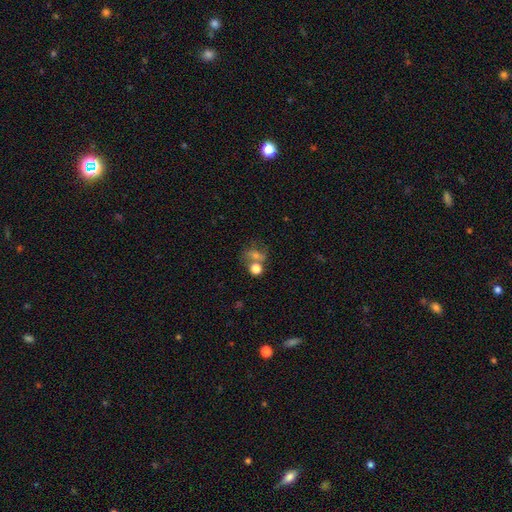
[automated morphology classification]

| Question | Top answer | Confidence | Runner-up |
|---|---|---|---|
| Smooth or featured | smooth | 49% | featured or disk (27%) |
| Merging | none | 48% | merger (27%) |